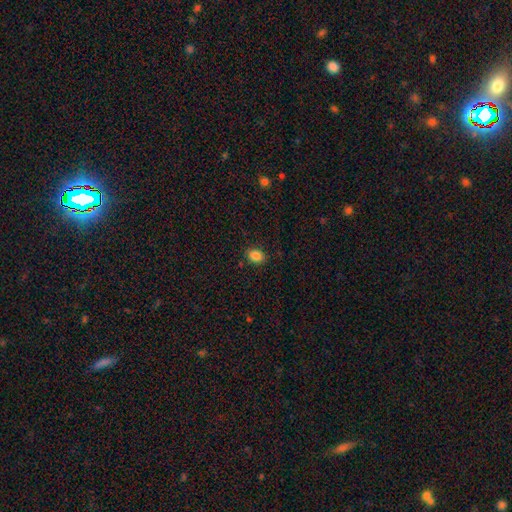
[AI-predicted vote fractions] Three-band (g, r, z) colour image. It shows a smooth galaxy with no disk features (85%) that is in between round and cigar-shaped (59%). Merging: none (87%).